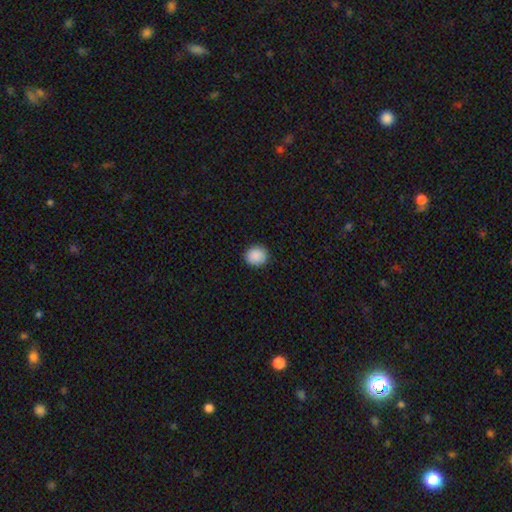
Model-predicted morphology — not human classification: A smooth galaxy with no disk features (89%) that is round (77%).

Vote fractions:
- Smooth or featured? smooth: 89% / star or artifact: 8% / featured or disk: 3%
- How rounded? round: 77% / in between: 22% / cigar-shaped: 1%
- Merging? none: 90% / minor disturbance: 7% / major disturbance: 2% / merger: 1%